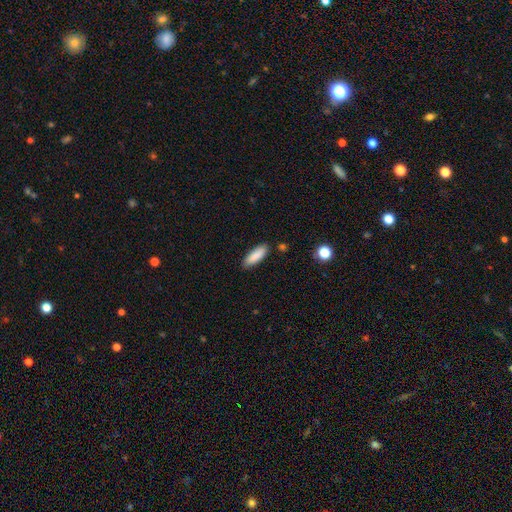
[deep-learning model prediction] A smooth galaxy with no disk features (87%) that is in between round and cigar-shaped (55%). Merging: none (85%).